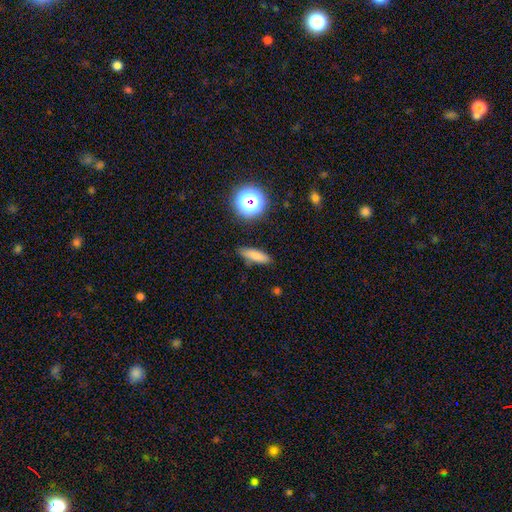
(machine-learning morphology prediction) Q: Smooth or featured?
A: smooth (78%); runner-up: star or artifact (12%)
Q: How rounded?
A: cigar-shaped (57%); runner-up: in between (36%)
Q: Merging?
A: none (85%); runner-up: minor disturbance (10%)